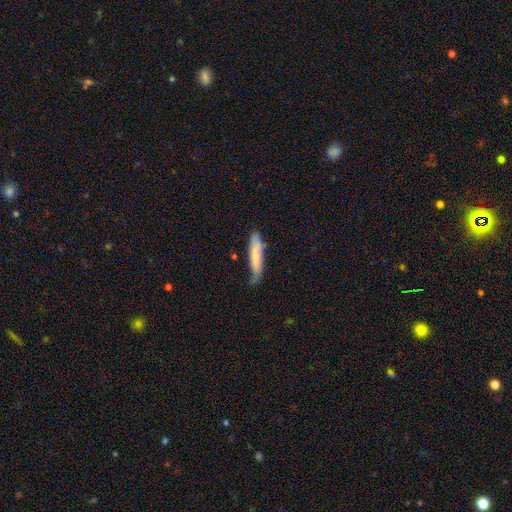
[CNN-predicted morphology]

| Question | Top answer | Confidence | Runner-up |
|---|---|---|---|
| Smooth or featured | smooth | 69% | featured or disk (25%) |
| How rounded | cigar-shaped | 82% | in between (16%) |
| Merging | none | 62% | minor disturbance (30%) |